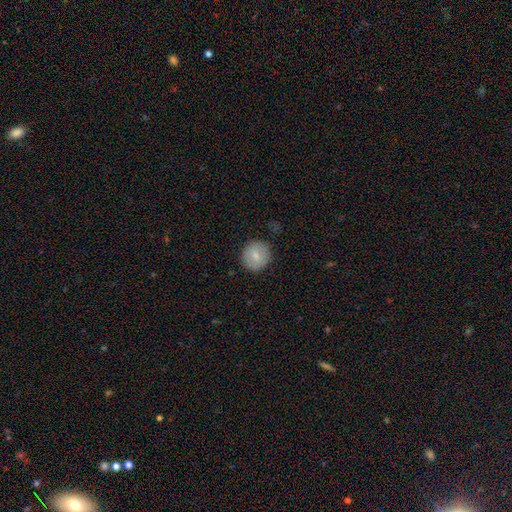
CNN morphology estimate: smooth-or-featured: smooth: 76% | featured or disk: 17% | star or artifact: 7%
  how-rounded: round: 89% | in between: 10% | cigar-shaped: 1%
  merging: none: 87% | minor disturbance: 9% | major disturbance: 3% | merger: 1%